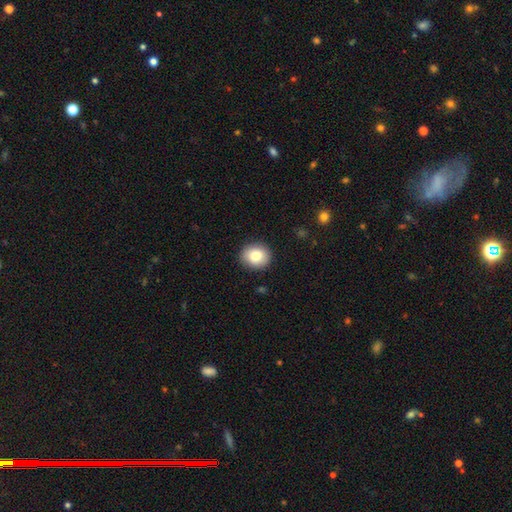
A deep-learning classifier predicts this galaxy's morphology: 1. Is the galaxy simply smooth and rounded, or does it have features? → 83% smooth, 9% featured or disk, 8% star or artifact.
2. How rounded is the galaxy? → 76% round, 23% in between, 1% cigar-shaped.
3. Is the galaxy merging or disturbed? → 89% none, 8% minor disturbance, 2% major disturbance, 1% merger.